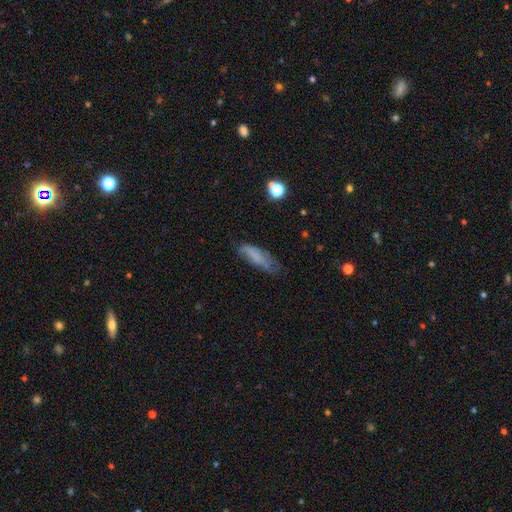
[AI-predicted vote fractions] Smooth or featured: smooth — 60% (featured or disk — 28%)
How rounded: in between — 53% (cigar-shaped — 45%)
Merging: none — 45% (minor disturbance — 33%)